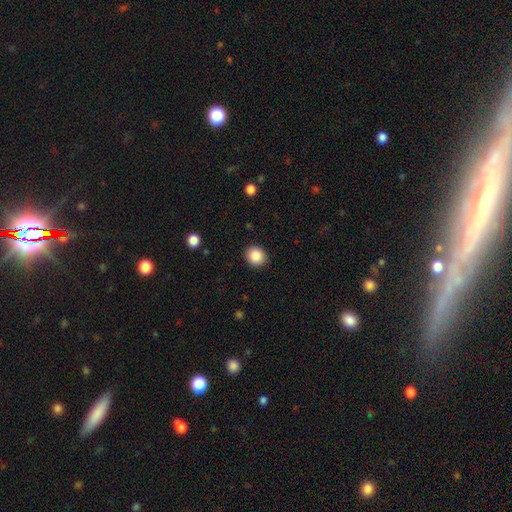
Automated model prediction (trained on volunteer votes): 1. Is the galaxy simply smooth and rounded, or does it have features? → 87% smooth, 9% star or artifact, 4% featured or disk.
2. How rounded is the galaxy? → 85% round, 14% in between, 1% cigar-shaped.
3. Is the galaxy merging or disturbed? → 90% none, 6% minor disturbance, 2% major disturbance, 1% merger.